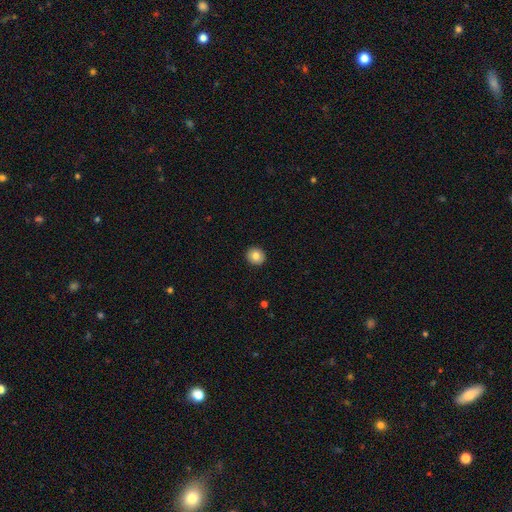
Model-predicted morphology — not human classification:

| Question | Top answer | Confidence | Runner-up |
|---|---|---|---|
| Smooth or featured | smooth | 81% | featured or disk (10%) |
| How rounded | round | 92% | in between (7%) |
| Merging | none | 93% | minor disturbance (5%) |